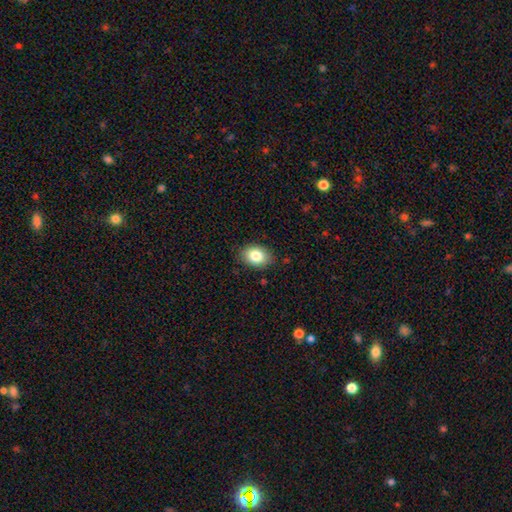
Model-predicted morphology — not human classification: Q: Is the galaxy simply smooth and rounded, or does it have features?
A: smooth — 84%.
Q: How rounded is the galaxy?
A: in between — 78%.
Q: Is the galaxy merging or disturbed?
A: none — 85%.